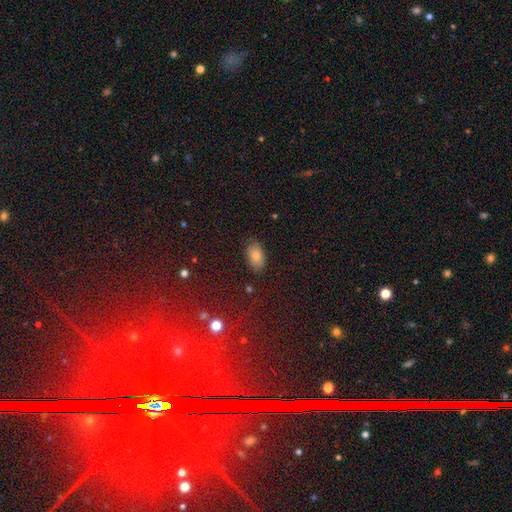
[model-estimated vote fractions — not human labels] Overall: smooth (74%). How rounded: in between (90%). Merging: none (83%).